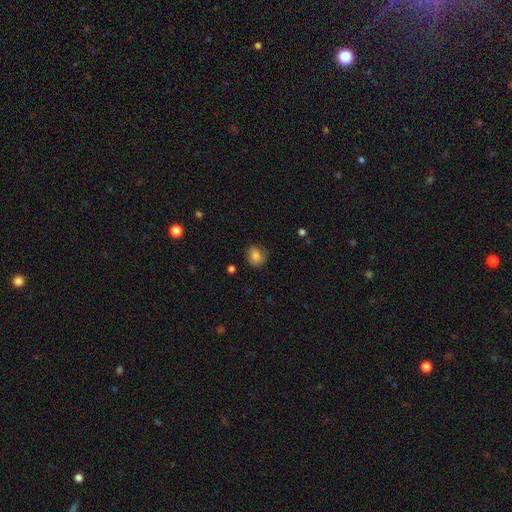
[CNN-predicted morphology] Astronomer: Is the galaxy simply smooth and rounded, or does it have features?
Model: smooth — 81%.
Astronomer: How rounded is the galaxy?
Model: round — 75%.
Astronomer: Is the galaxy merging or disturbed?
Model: none — 82%.